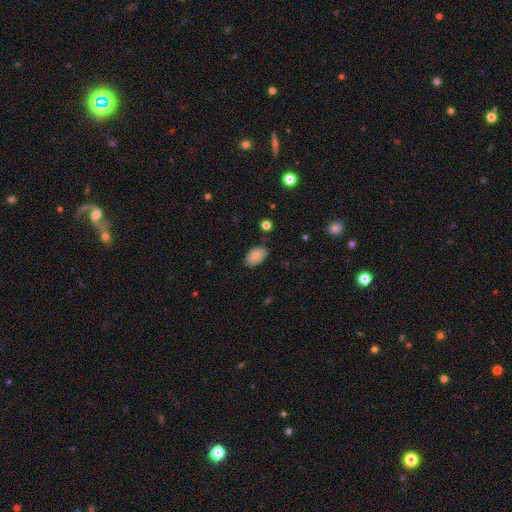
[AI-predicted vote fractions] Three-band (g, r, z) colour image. It shows a smooth galaxy with no disk features (78%) that is in between round and cigar-shaped (92%). Merging: none (79%).